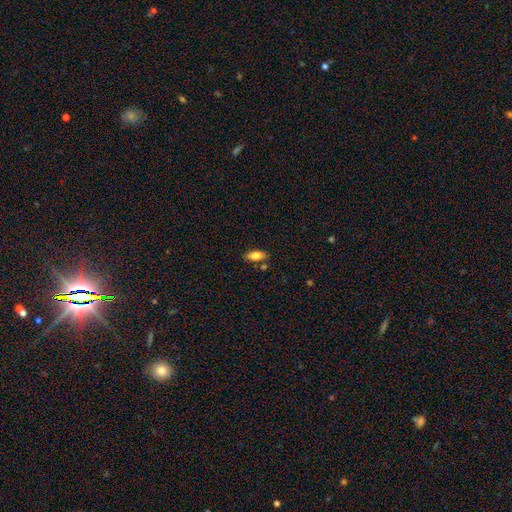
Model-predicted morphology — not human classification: A smooth galaxy with no disk features (78%) that is in between round and cigar-shaped (83%). Merging: none (80%).